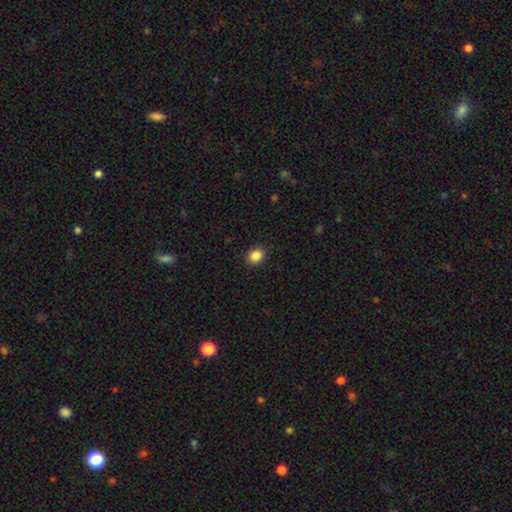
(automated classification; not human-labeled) Morphology: type=smooth (87%); roundness=round (56%); merging=none (90%).